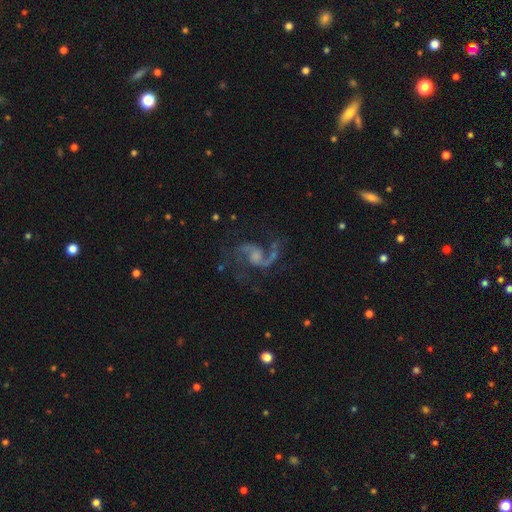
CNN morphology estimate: Smooth or featured: featured or disk — 88% (star or artifact — 7%)
Edge-on disk: no — 98% (yes — 2%)
Bar: no — 46% (weak — 43%)
Spiral arms: yes — 97% (no — 3%)
Spiral winding: loose — 48% (medium — 44%)
Spiral arm count: 2 — 89% (1 — 5%)
Bulge size: small — 44% (moderate — 30%)
Merging: none — 67% (minor disturbance — 15%)